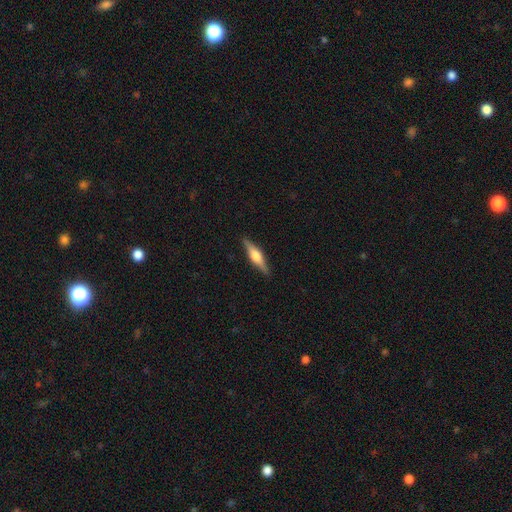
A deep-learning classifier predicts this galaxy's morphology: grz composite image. It shows a featured or disk galaxy (64%) viewed edge-on (97%) with a rounded central bulge (86%). Merging: none (89%).